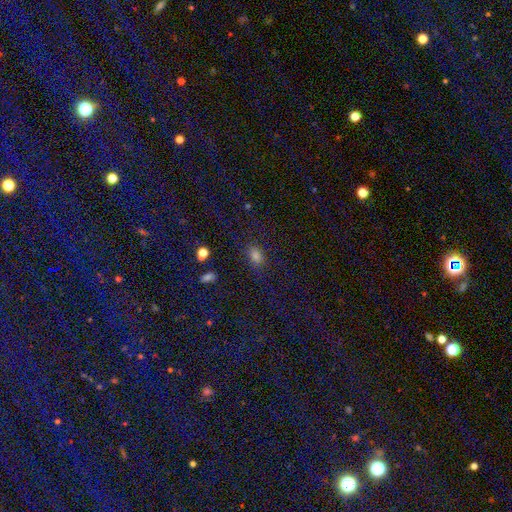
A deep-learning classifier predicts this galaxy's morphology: Q: Smooth or featured?
A: smooth (71%); runner-up: star or artifact (22%)
Q: How rounded?
A: in between (67%); runner-up: round (30%)
Q: Merging?
A: none (77%); runner-up: minor disturbance (14%)